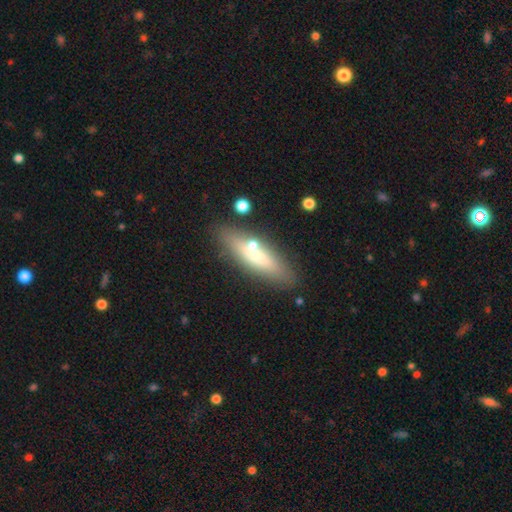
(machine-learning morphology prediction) smooth_or_featured: smooth (p=0.60) [alt: featured or disk p=0.33]
how_rounded: cigar-shaped (p=0.63) [alt: in between p=0.35]
merging: none (p=0.78) [alt: minor disturbance p=0.12]